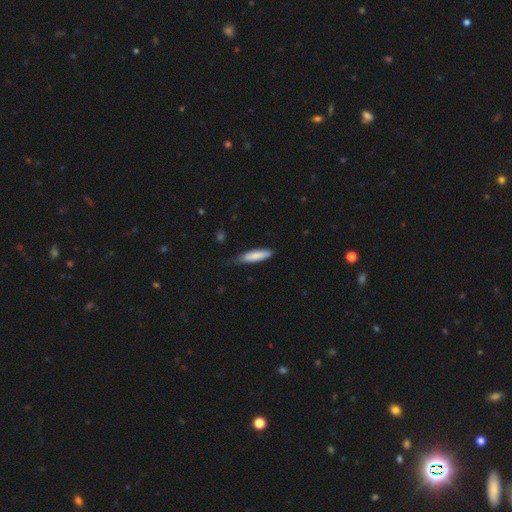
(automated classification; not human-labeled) A smooth galaxy with no disk features (80%) that is cigar-shaped (75%).

Vote fractions:
- Smooth or featured? smooth: 80% / featured or disk: 14% / star or artifact: 6%
- How rounded? cigar-shaped: 75% / in between: 24% / round: 1%
- Merging? none: 64% / minor disturbance: 30% / major disturbance: 5% / merger: 1%